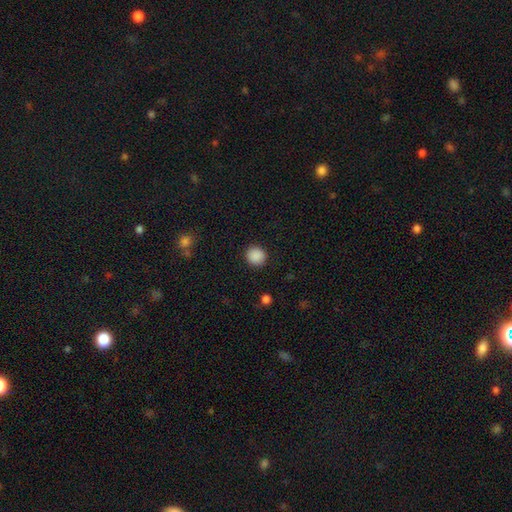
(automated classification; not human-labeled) This is clearly a smooth galaxy (89%). How rounded: clearly round (90%). Merging: clearly none (91%).